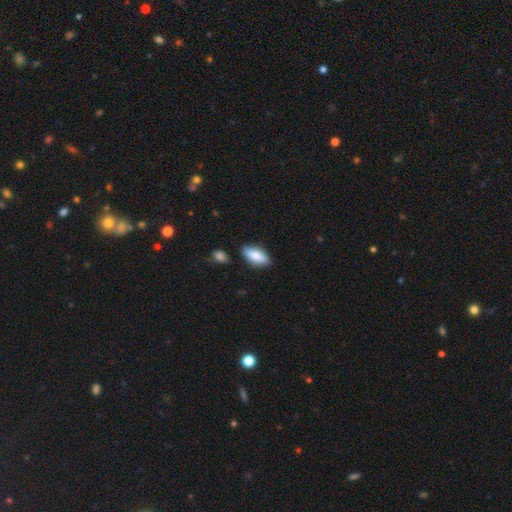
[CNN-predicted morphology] smooth 80%, featured or disk 14%, star or artifact 6%. Down the decision tree: how rounded — in between (83%); merging — none (81%).